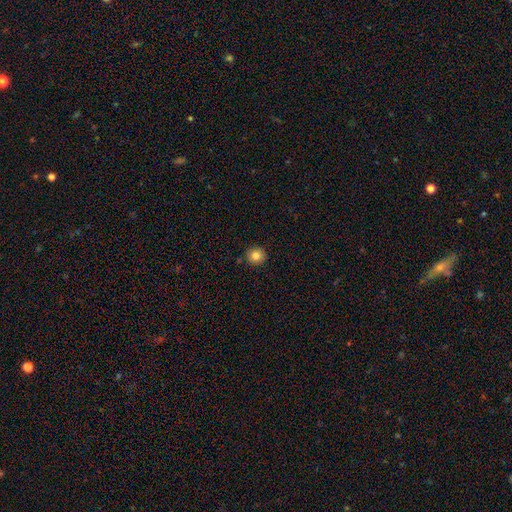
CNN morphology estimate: type=smooth (82%); roundness=round (91%); merging=none (89%).